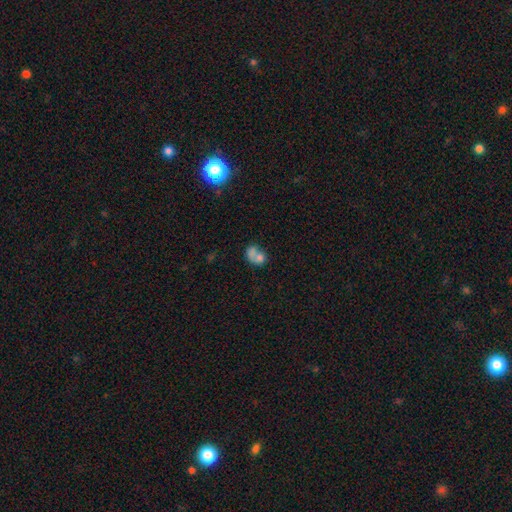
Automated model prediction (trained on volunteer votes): smooth 69%, featured or disk 20%, star or artifact 10%. Down the decision tree: how rounded — in between (54%); merging — merger (63%).